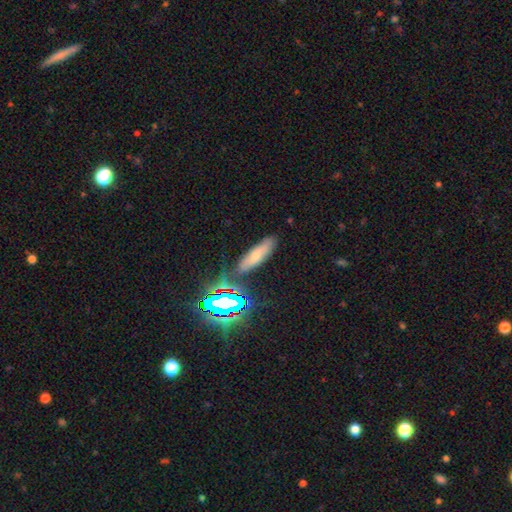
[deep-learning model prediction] smooth-or-featured: smooth: 57% | star or artifact: 23% | featured or disk: 19%
  how-rounded: cigar-shaped: 55% | in between: 40% | round: 5%
  merging: none: 77% | minor disturbance: 14% | merger: 5% | major disturbance: 4%